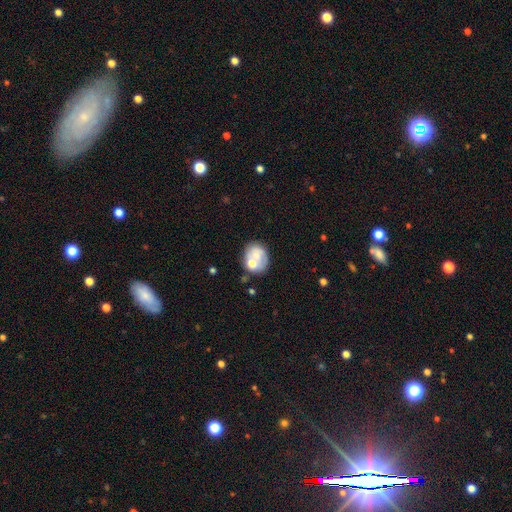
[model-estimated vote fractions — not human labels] This appears to be a smooth galaxy with no disk features (51%) that is round (60%). Merging: none (42%).